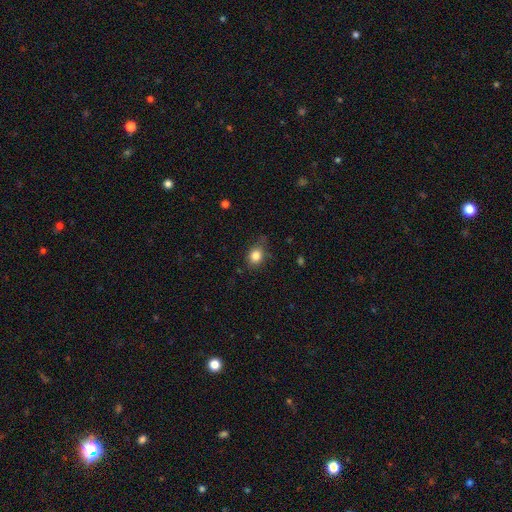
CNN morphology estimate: Smooth or featured: smooth — 83% (star or artifact — 10%)
How rounded: round — 49% (tied with in between — 49%)
Merging: none — 68% (minor disturbance — 24%)